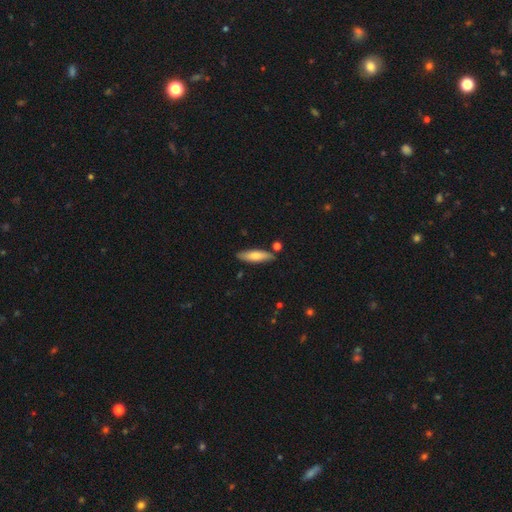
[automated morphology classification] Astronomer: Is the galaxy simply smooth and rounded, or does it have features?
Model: smooth — 70%.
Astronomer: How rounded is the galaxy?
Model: cigar-shaped — 65%.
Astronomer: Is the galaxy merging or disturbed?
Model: none — 82%.